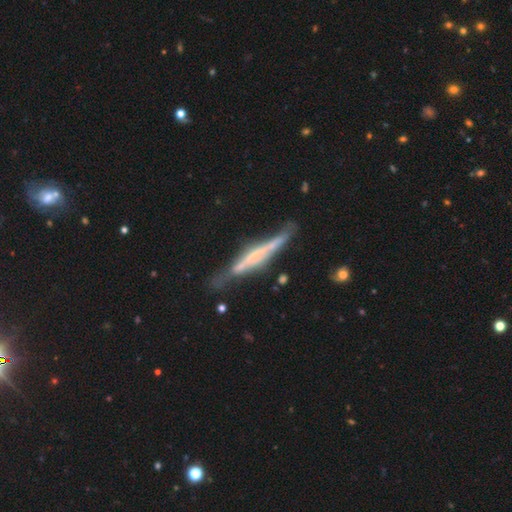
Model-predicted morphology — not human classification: Overall: featured or disk (69%). Edge-on disk: yes (92%). Edge-on bulge: boxy (40%; none 39%). Merging: none (60%; minor disturbance 25%).